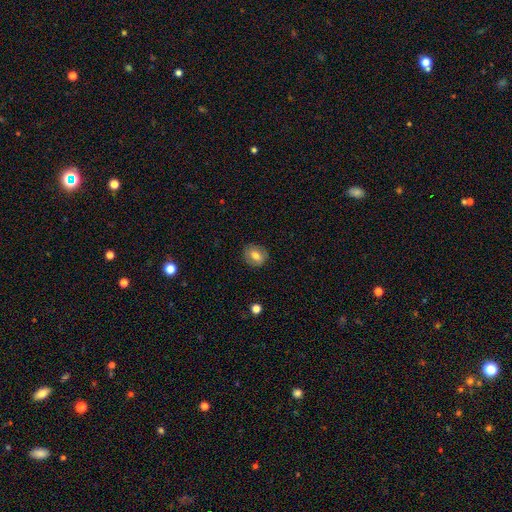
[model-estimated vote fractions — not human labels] Morphology: type=smooth (71%); roundness=round (58%); merging=none (85%).